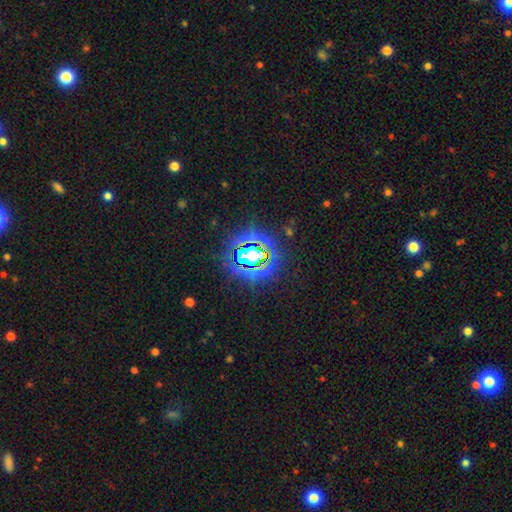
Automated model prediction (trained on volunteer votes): Overall: star or artifact (82%).